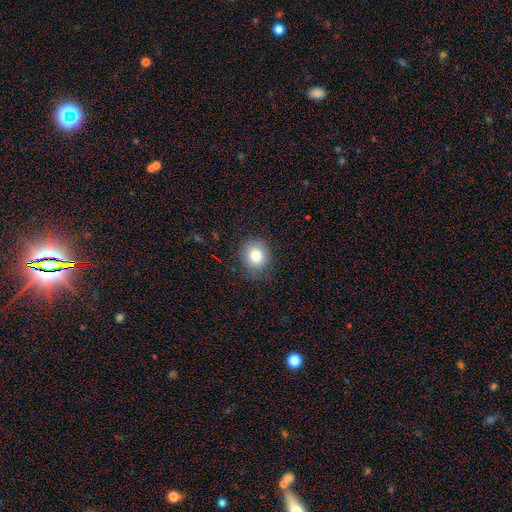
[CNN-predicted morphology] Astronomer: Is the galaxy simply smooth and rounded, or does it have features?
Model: smooth — 82%.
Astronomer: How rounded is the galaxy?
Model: round — 71%.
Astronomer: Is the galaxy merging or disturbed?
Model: none — 79%.